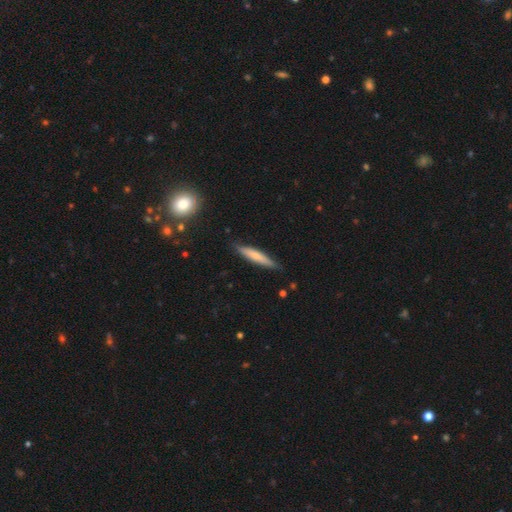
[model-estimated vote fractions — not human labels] This appears to be a smooth galaxy with no disk features (67%) that is cigar-shaped (91%). Merging: none (84%).